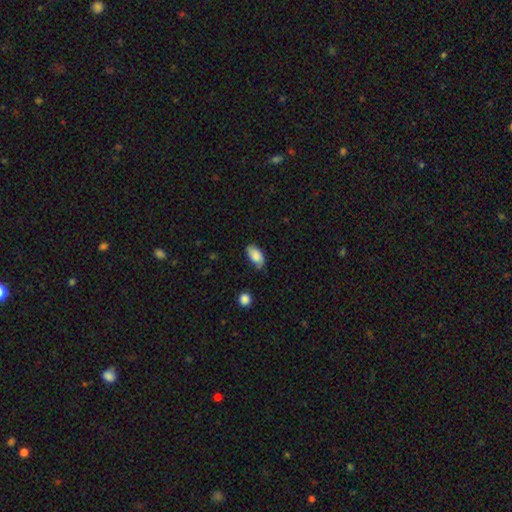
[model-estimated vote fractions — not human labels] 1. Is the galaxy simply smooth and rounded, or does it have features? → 82% smooth, 11% featured or disk, 7% star or artifact.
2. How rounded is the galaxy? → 93% in between, 4% round, 3% cigar-shaped.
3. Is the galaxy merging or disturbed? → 60% none, 31% minor disturbance, 6% major disturbance, 2% merger.